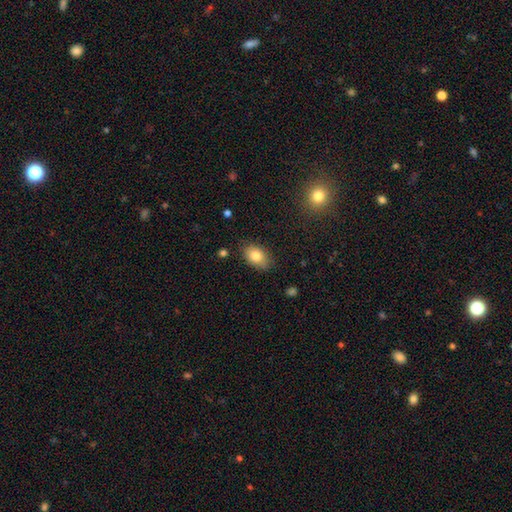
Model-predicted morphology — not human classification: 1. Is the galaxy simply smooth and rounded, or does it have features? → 82% smooth, 10% featured or disk, 8% star or artifact.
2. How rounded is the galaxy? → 87% in between, 12% round, 1% cigar-shaped.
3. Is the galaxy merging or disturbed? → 80% none, 16% minor disturbance, 3% major disturbance, 1% merger.